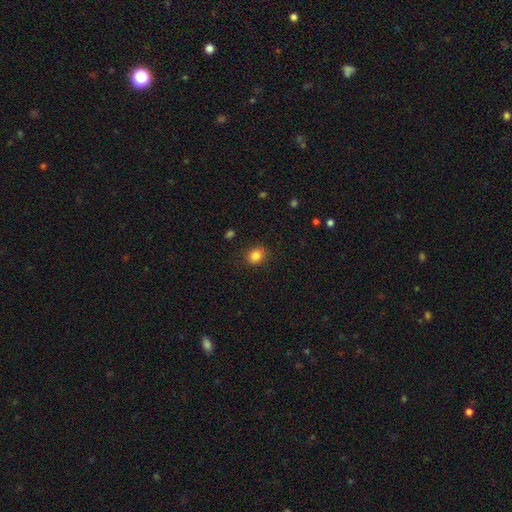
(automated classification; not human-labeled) A smooth galaxy with no disk features (85%) that is round (70%). Merging: none (86%).